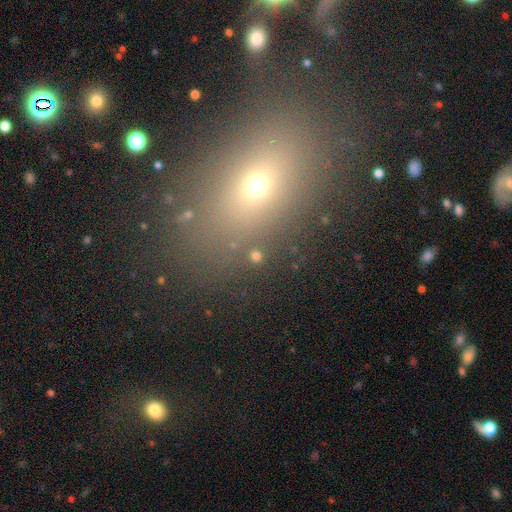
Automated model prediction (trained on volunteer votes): smooth-or-featured: smooth: 56% | star or artifact: 32% | featured or disk: 12%
  how-rounded: round: 63% | in between: 32% | cigar-shaped: 5%
  merging: none: 77% | minor disturbance: 9% | merger: 8% | major disturbance: 6%